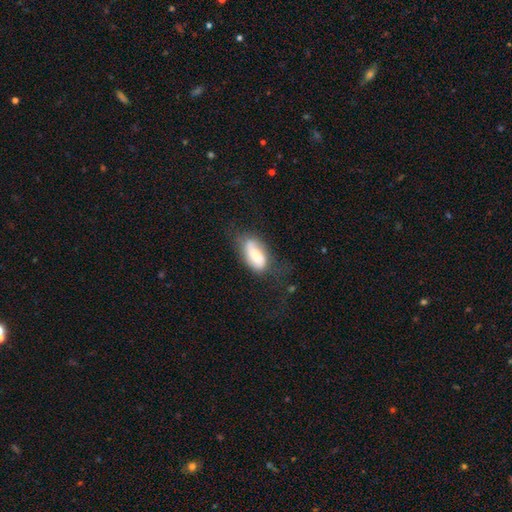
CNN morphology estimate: smooth 64%, featured or disk 29%, star or artifact 7%. Down the decision tree: how rounded — in between (88%); merging — none (50%).